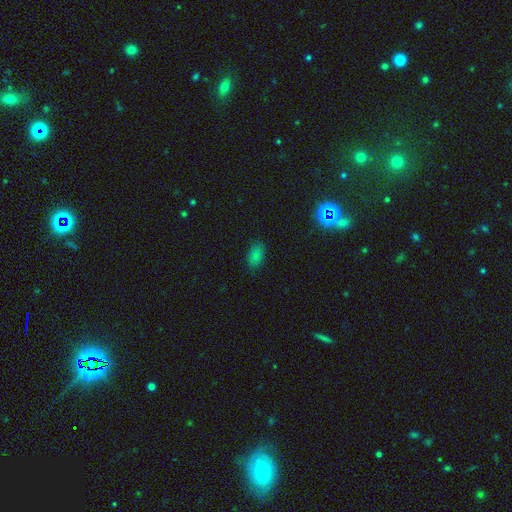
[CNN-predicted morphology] Smooth or featured? Predicted: smooth (p=0.80). How rounded? Predicted: in between (p=0.91). Merging? Predicted: none (p=0.83).